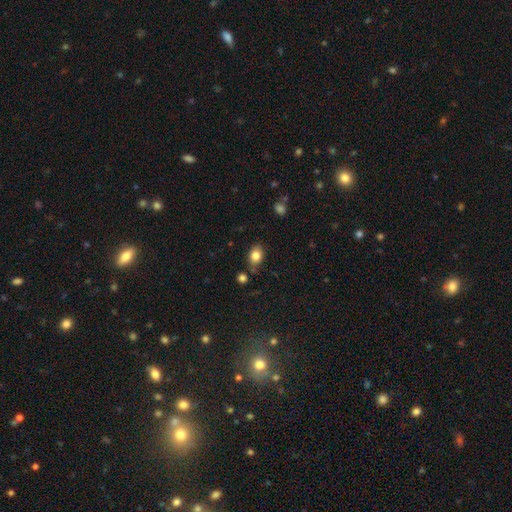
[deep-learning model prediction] A smooth galaxy with no disk features (81%) that is in between round and cigar-shaped (71%). Merging: none (74%).